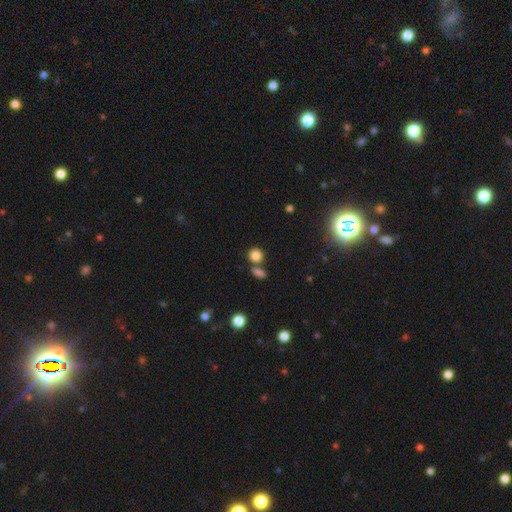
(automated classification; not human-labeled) A smooth galaxy with no disk features (82%) that is round (80%).

Vote fractions:
- Smooth or featured? smooth: 82% / star or artifact: 12% / featured or disk: 6%
- How rounded? round: 80% / in between: 18% / cigar-shaped: 2%
- Merging? none: 63% / merger: 24% / minor disturbance: 9% / major disturbance: 4%